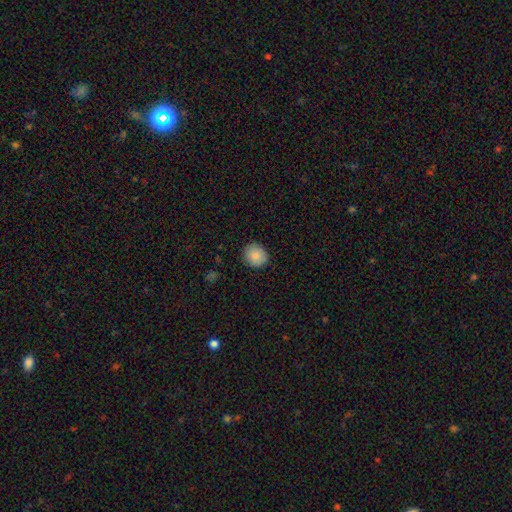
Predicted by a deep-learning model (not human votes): A smooth galaxy with no disk features (84%) that is round (81%).

Vote fractions:
- Smooth or featured? smooth: 84% / star or artifact: 8% / featured or disk: 8%
- How rounded? round: 81% / in between: 18% / cigar-shaped: 1%
- Merging? none: 88% / minor disturbance: 9% / major disturbance: 2% / merger: 1%